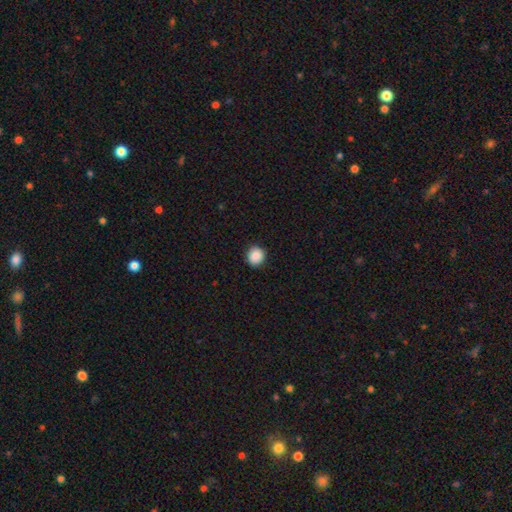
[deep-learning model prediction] Smooth or featured? Predicted: smooth (p=0.88). How rounded? Predicted: round (p=0.88). Merging? Predicted: none (p=0.91).